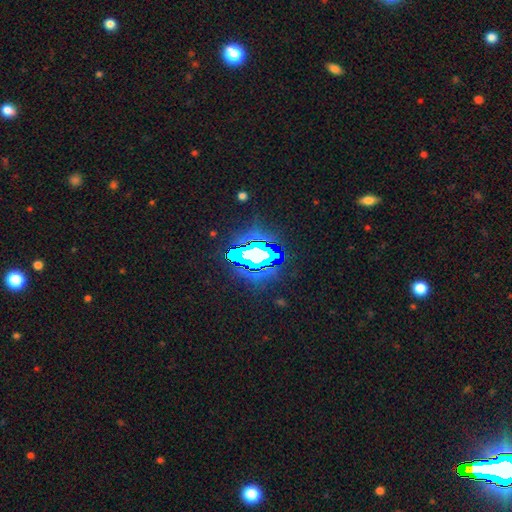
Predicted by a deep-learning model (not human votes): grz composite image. It shows a star or artifact, not a galaxy (68%).